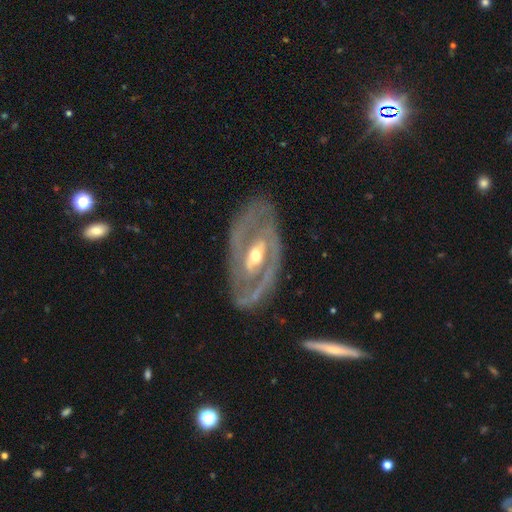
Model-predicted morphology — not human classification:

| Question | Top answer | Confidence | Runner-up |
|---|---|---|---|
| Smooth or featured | featured or disk | 85% | smooth (10%) |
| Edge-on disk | no | 93% | yes (7%) |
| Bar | weak | 36% | strong (34%) |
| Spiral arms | yes | 75% | no (25%) |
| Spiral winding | tight | 51% | medium (35%) |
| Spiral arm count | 2 | 69% | can't tell (18%) |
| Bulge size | moderate | 65% | small (28%) |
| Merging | none | 75% | minor disturbance (16%) |